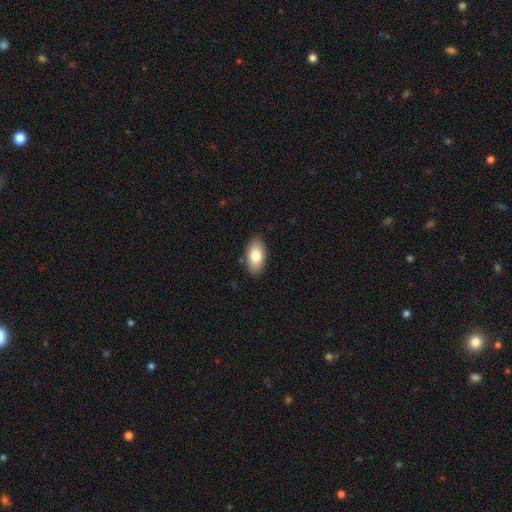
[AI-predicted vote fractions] Smooth or featured: smooth — 80% (featured or disk — 13%)
How rounded: in between — 93% (round — 4%)
Merging: none — 88% (minor disturbance — 9%)